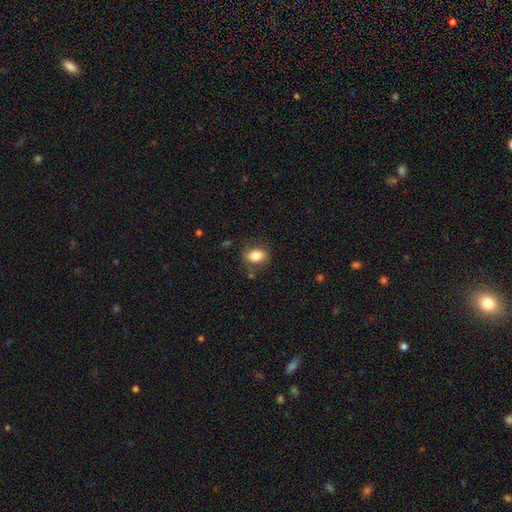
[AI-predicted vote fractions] Overall: smooth (82%). How rounded: in between (77%). Merging: none (79%).